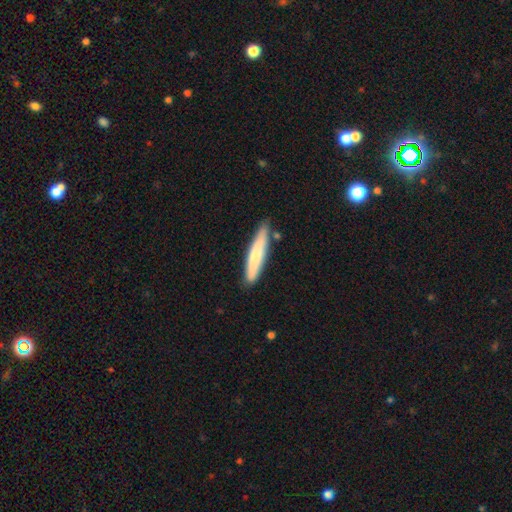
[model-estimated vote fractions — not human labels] smooth-or-featured: smooth: 70% | featured or disk: 24% | star or artifact: 5%
  how-rounded: cigar-shaped: 88% | in between: 10% | round: 1%
  merging: none: 81% | minor disturbance: 14% | merger: 3% | major disturbance: 2%